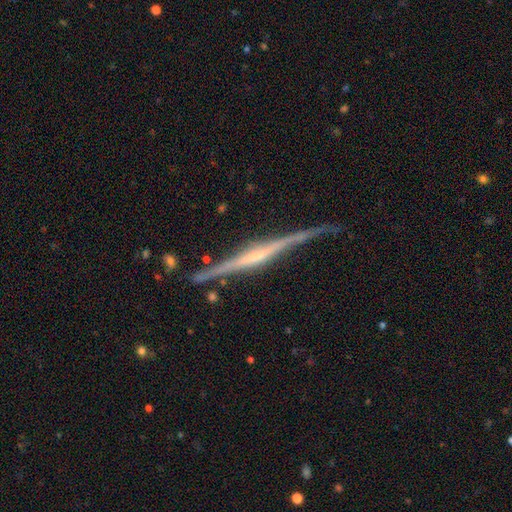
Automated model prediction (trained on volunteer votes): This is clearly a featured or disk galaxy (86%). It is clearly viewed edge-on (98%). Edge-on bulge: possibly rounded (52%). Merging: likely none (76%).